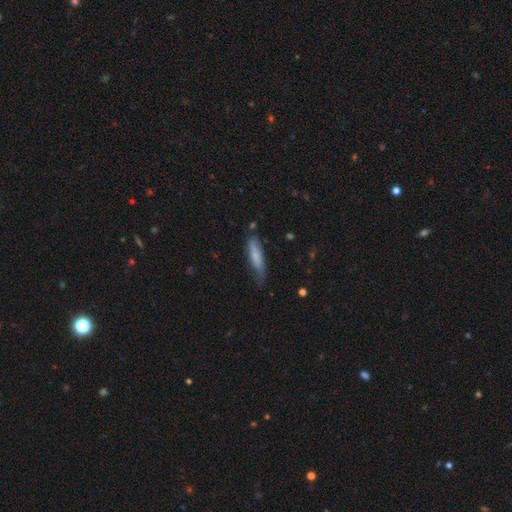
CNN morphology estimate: A smooth galaxy with no disk features (75%) that is cigar-shaped (78%). Merging: none (58%).